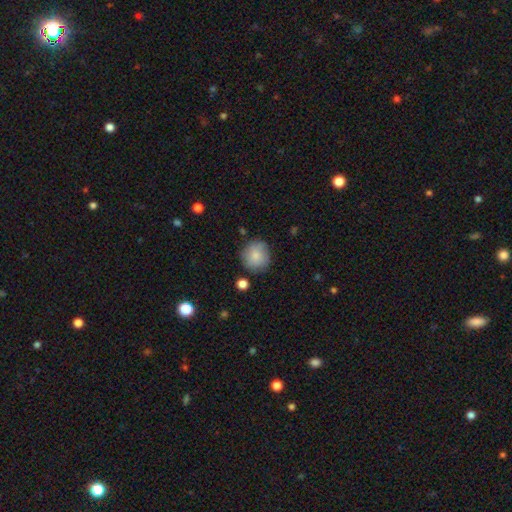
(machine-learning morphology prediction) type=smooth (83%); roundness=round (91%); merging=none (79%).